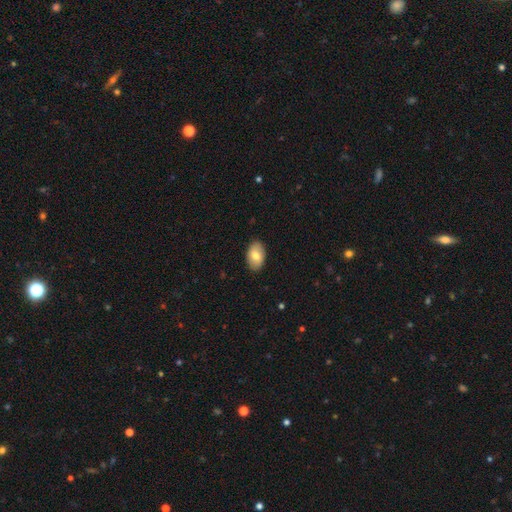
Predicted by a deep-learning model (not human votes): smooth-or-featured: smooth: 73% | featured or disk: 21% | star or artifact: 7%
  how-rounded: in between: 92% | round: 7% | cigar-shaped: 1%
  merging: none: 89% | minor disturbance: 9% | major disturbance: 2% | merger: 1%